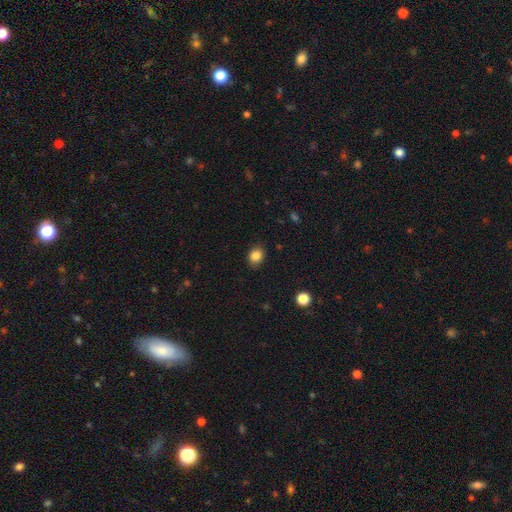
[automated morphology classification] Smooth or featured?
  - smooth: 85% *
  - star or artifact: 10%
  - featured or disk: 5%
How rounded?
  - round: 56% *
  - in between: 43%
  - cigar-shaped: 1%
Merging?
  - none: 87% *
  - minor disturbance: 10%
  - major disturbance: 2%
  - merger: 1%